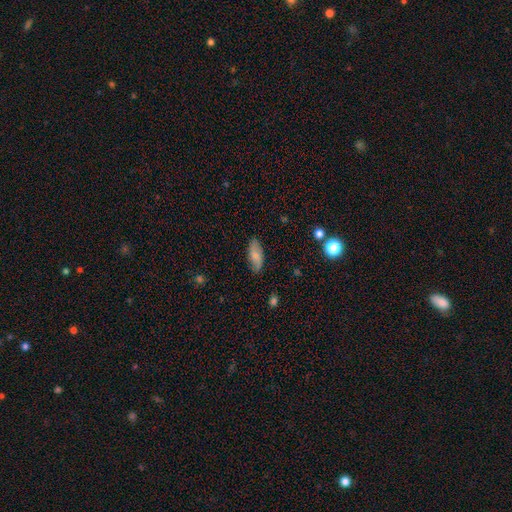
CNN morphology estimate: A smooth galaxy with no disk features (75%) that is in between round and cigar-shaped (83%). Merging: none (82%).